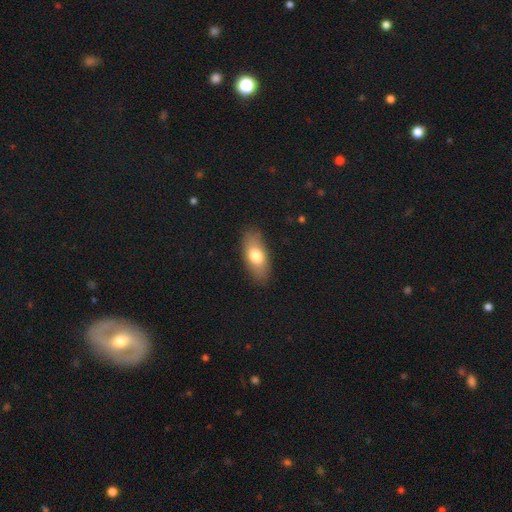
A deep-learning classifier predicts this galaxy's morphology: Overall: smooth (74%). How rounded: in between (85%). Merging: none (85%).